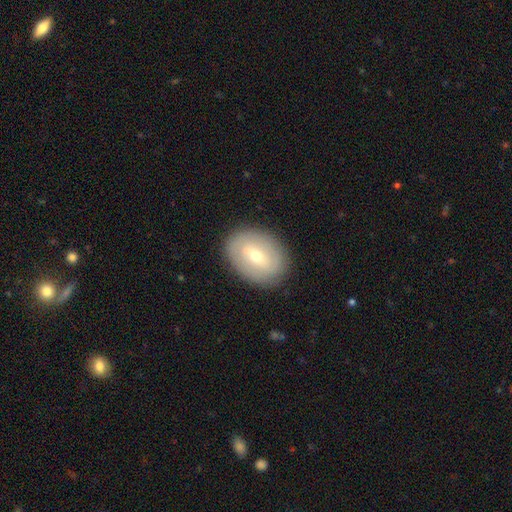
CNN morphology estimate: This appears to be a smooth galaxy with no disk features (51%) that is in between round and cigar-shaped (70%). Merging: none (86%).